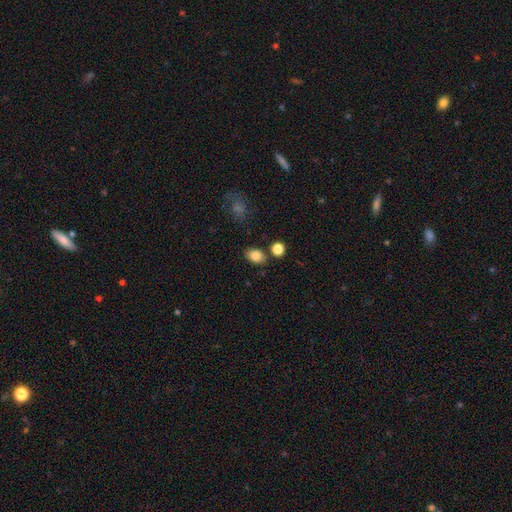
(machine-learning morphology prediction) The model was most divided on "how rounded": in between: 72%, round: 27%, cigar-shaped: 1%. More confident: smooth or featured — smooth (84%); merging — none (78%).